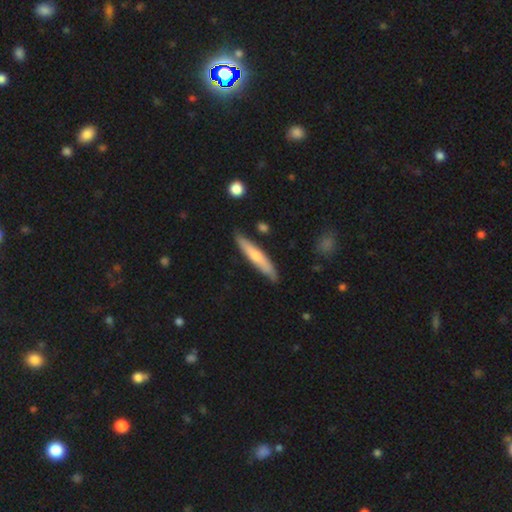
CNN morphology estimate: This is possibly a smooth galaxy (56%). How rounded: clearly cigar-shaped (91%). Merging: clearly none (85%).